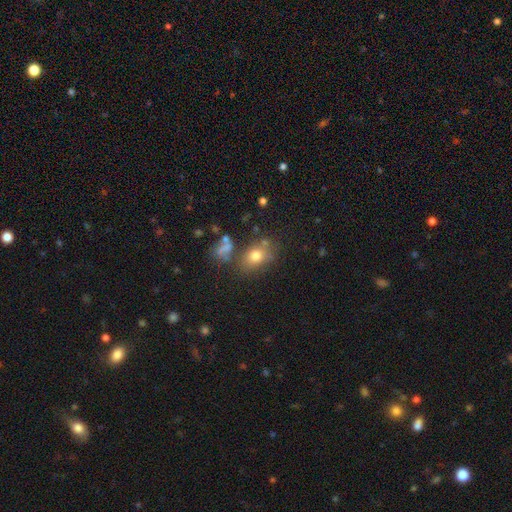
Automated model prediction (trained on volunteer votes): Morphology: type=smooth (75%); roundness=in between (65%); merging=none (63%).